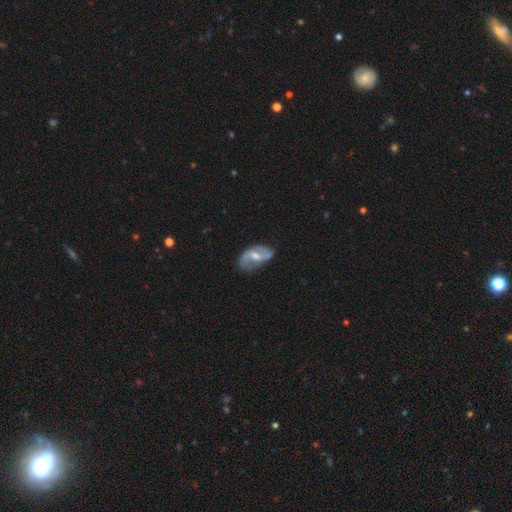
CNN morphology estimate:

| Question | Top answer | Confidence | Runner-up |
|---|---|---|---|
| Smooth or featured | featured or disk | 66% | smooth (28%) |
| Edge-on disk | no | 96% | yes (4%) |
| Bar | weak | 51% | no (32%) |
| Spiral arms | yes | 81% | no (19%) |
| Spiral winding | loose | 54% | medium (34%) |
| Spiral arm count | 2 | 80% | can't tell (10%) |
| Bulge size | moderate | 59% | small (32%) |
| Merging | none | 54% | minor disturbance (30%) |